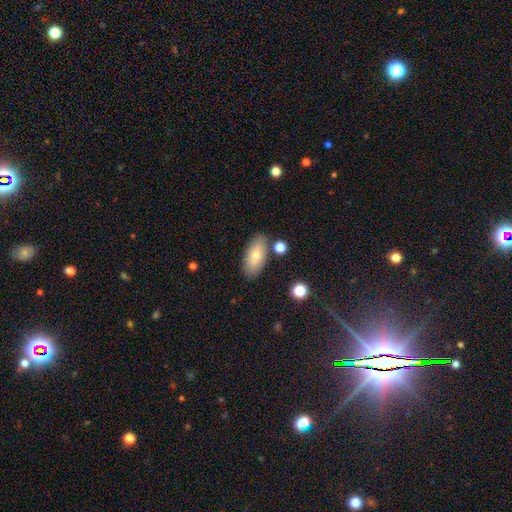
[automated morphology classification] A smooth galaxy with no disk features (75%) that is in between round and cigar-shaped (89%). Merging: none (80%).